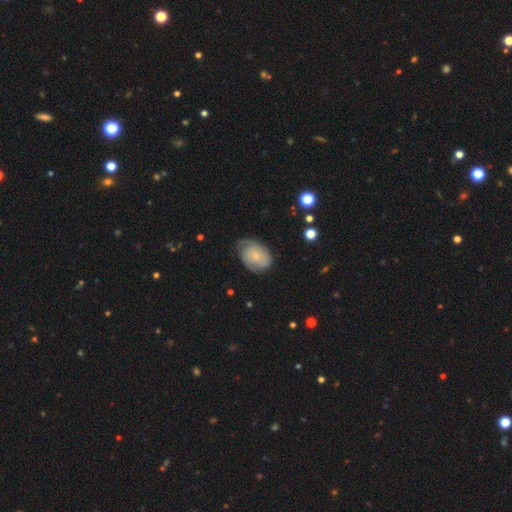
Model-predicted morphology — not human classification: This is possibly a featured or disk galaxy (58%). It is clearly not viewed edge-on (97%). Bar: likely no (79%). Spiral arm pattern: clearly yes (87%). Central bulge: likely small (76%). Merging: likely none (61%).